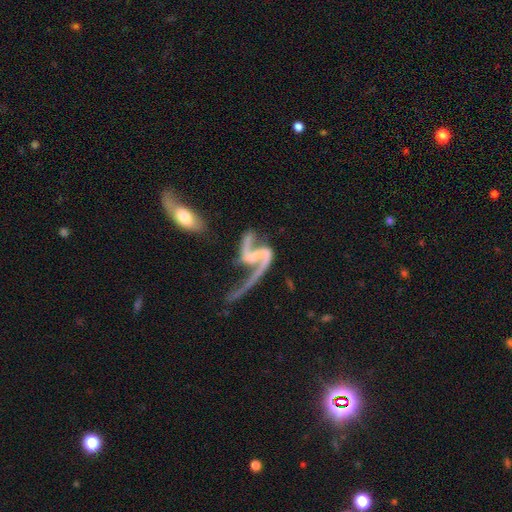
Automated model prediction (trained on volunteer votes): Smooth or featured: featured or disk — 89% (star or artifact — 6%)
Edge-on disk: no — 97% (yes — 3%)
Bar: weak — 36% (strong — 32%)
Spiral arms: yes — 93% (no — 7%)
Spiral winding: loose — 78% (medium — 18%)
Spiral arm count: 2 — 84% (1 — 10%)
Bulge size: none — 52% (small — 34%)
Merging: major disturbance — 39% (none — 33%)